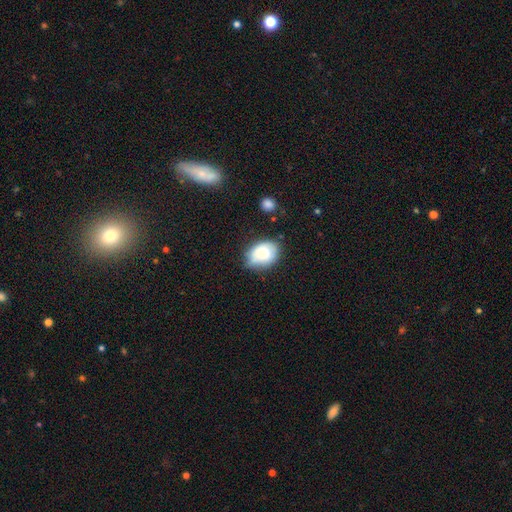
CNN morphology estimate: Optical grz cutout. It shows a smooth galaxy with no disk features (79%) that is in between round and cigar-shaped (71%). Merging: none (59%).